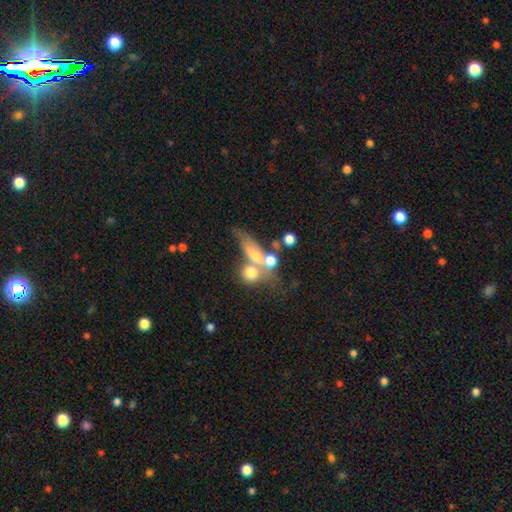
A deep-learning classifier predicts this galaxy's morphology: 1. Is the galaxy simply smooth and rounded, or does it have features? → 52% smooth, 35% featured or disk, 13% star or artifact.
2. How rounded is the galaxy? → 48% in between, 28% round, 24% cigar-shaped.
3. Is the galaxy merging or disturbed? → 48% merger, 27% none, 13% major disturbance, 12% minor disturbance.